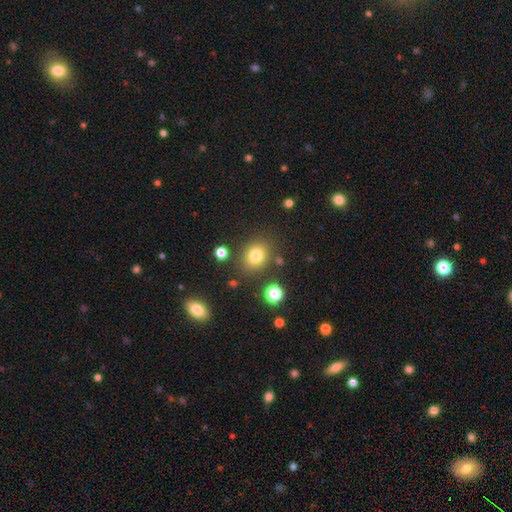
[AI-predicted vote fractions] A smooth galaxy with no disk features (79%) that is round (63%).

Vote fractions:
- Smooth or featured? smooth: 79% / star or artifact: 13% / featured or disk: 8%
- How rounded? round: 63% / in between: 36% / cigar-shaped: 1%
- Merging? none: 80% / minor disturbance: 11% / merger: 5% / major disturbance: 4%